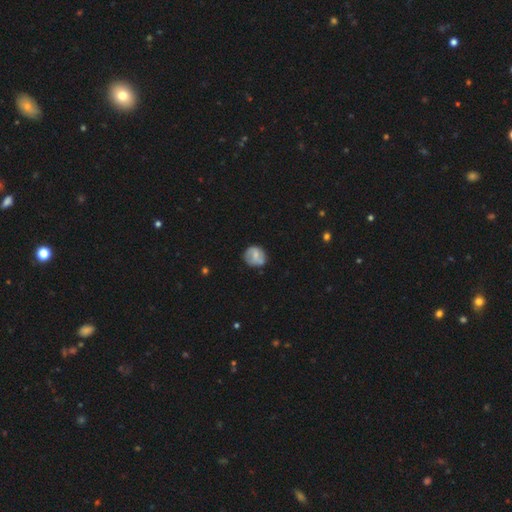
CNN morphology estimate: smooth 59%, featured or disk 34%, star or artifact 7%. Down the decision tree: how rounded — round (79%); merging — none (68%).